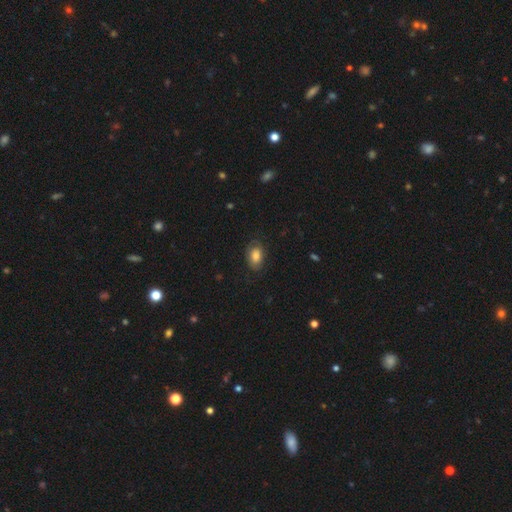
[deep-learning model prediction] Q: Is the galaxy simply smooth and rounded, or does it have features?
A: smooth — 72%.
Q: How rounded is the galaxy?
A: in between — 84%.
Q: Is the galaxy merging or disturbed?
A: none — 74%.